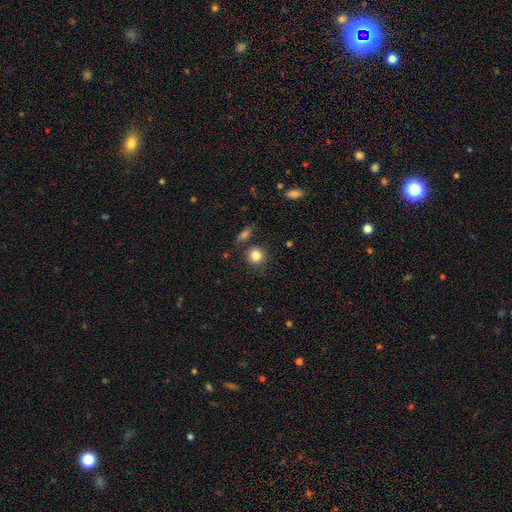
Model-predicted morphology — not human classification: A smooth galaxy with no disk features (84%) that is round (88%).

Vote fractions:
- Smooth or featured? smooth: 84% / star or artifact: 10% / featured or disk: 6%
- How rounded? round: 88% / in between: 11% / cigar-shaped: 1%
- Merging? none: 78% / minor disturbance: 11% / merger: 8% / major disturbance: 4%